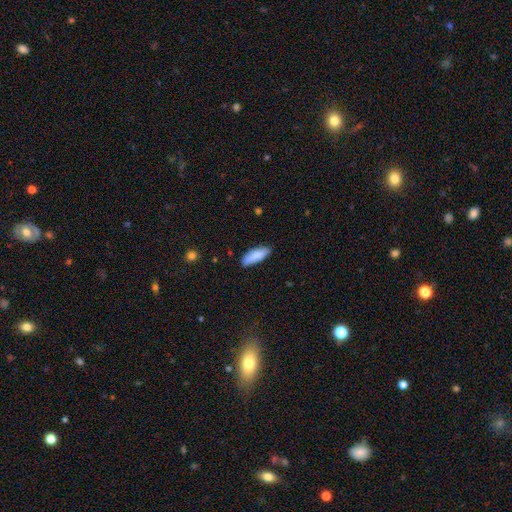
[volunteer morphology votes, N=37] smooth 86%, featured or disk 11%, star or artifact 3%. Down the decision tree: how rounded — in between (75%); merging — none (86%).